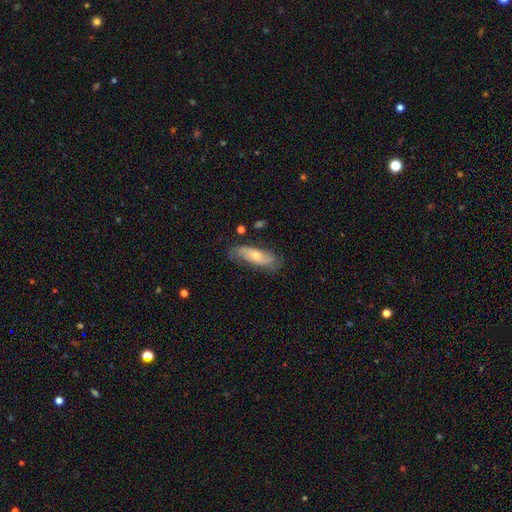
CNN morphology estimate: Smooth or featured: featured or disk — 59% (smooth — 35%)
Edge-on disk: no — 82% (yes — 18%)
Merging: none — 67% (minor disturbance — 23%)